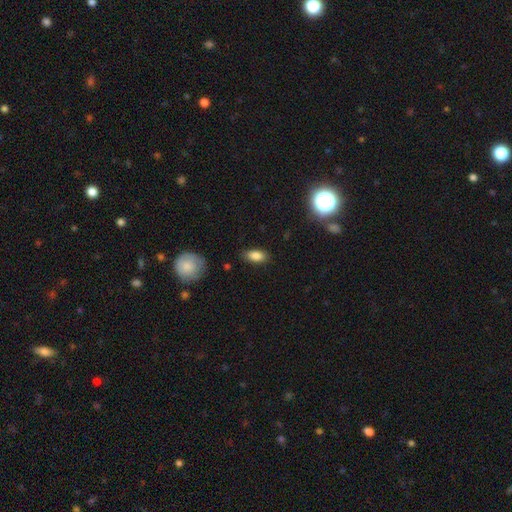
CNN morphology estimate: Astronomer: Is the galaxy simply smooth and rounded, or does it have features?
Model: smooth — 85%.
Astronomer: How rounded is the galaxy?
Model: in between — 89%.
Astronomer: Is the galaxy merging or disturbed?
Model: none — 83%.